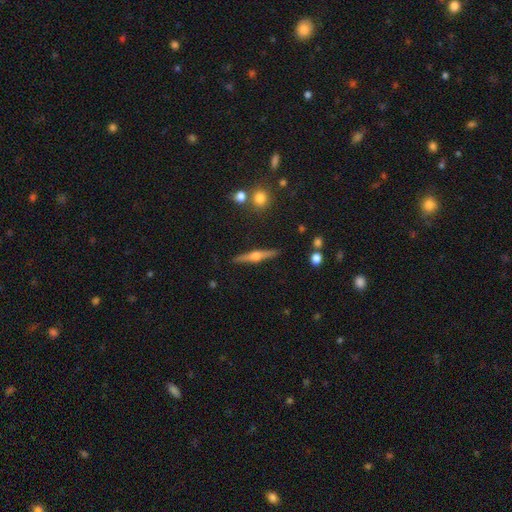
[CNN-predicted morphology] A featured or disk galaxy (71%) viewed edge-on (97%) with a rounded central bulge (93%).

Vote fractions:
- Smooth or featured? featured or disk: 71% / smooth: 23% / star or artifact: 6%
- Edge-on disk? yes: 97% / no: 3%
- Edge-on bulge? rounded: 93% / boxy: 4% / none: 3%
- Merging? none: 90% / minor disturbance: 7% / merger: 2% / major disturbance: 2%